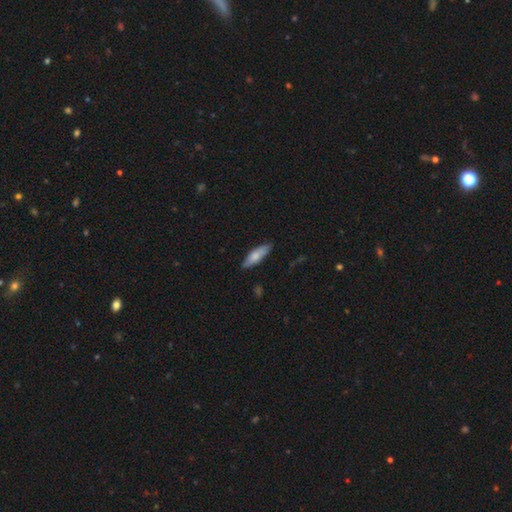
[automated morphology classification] Smooth or featured? smooth (71%)
How rounded? cigar-shaped (52%)
Merging? none (81%)